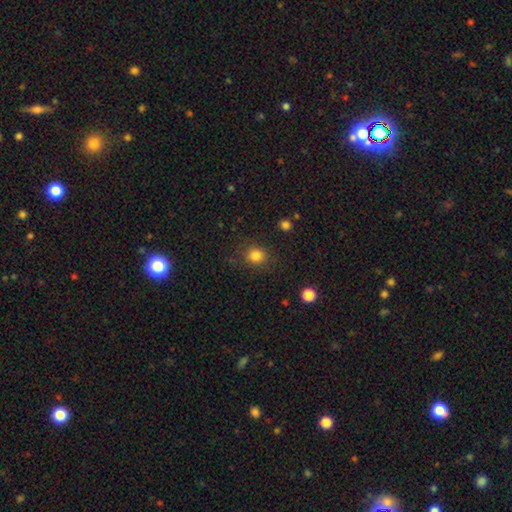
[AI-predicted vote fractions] Morphology: type=smooth (83%); roundness=round (78%); merging=none (83%).